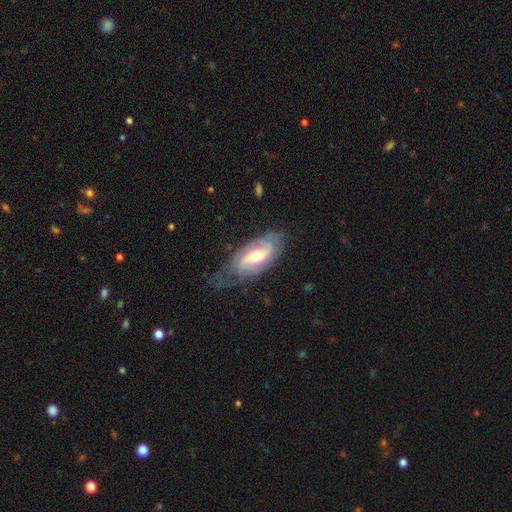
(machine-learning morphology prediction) smooth-or-featured: featured or disk: 71% | smooth: 23% | star or artifact: 6%
  disk-edge-on: no: 90% | yes: 10%
    bar: weak: 42% | no: 31% | strong: 27%
    has-spiral-arms: yes: 82% | no: 18%
      spiral-winding: medium: 39% | loose: 31% | tight: 30%
      spiral-arm-count: 2: 70% | can't tell: 19% | 1: 6% | 3: 3% | 4: 1% | more than 4: 1%
    bulge-size: moderate: 69% | small: 21% | large: 8% | dominant: 1% | none: 1%
  merging: none: 56% | minor disturbance: 28% | major disturbance: 14% | merger: 2%